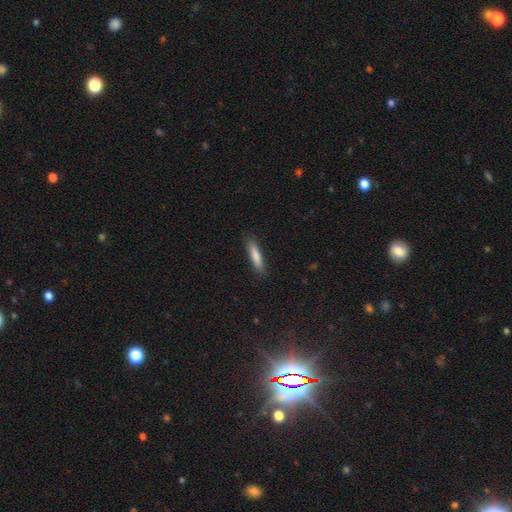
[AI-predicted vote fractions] Smooth or featured: smooth — 79% (featured or disk — 14%)
How rounded: cigar-shaped — 82% (in between — 16%)
Merging: none — 88% (minor disturbance — 9%)